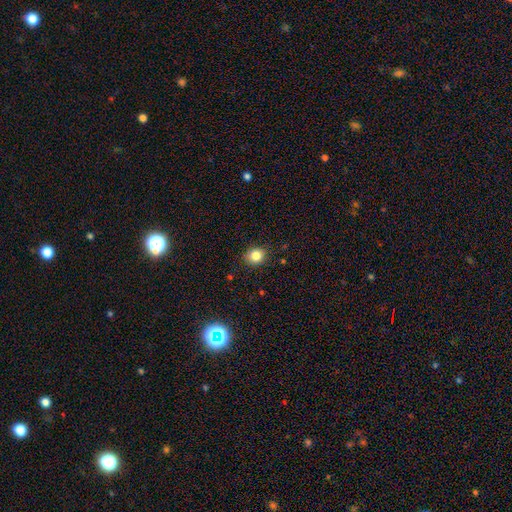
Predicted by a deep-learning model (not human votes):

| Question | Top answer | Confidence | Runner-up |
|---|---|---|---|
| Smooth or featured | smooth | 83% | star or artifact (12%) |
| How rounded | round | 71% | in between (28%) |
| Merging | none | 85% | minor disturbance (11%) |